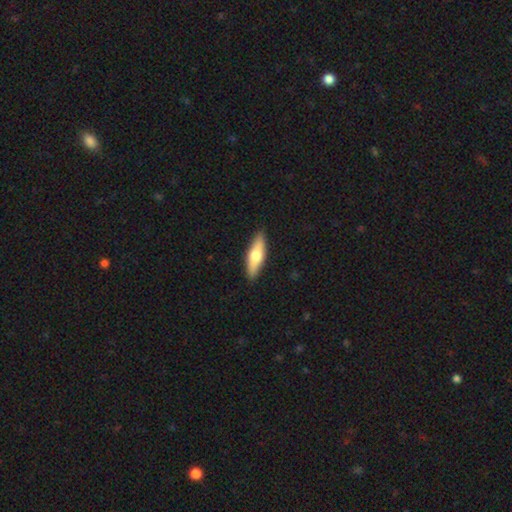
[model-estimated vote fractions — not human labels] A smooth galaxy with no disk features (58%) that is cigar-shaped (56%). Merging: none (90%).